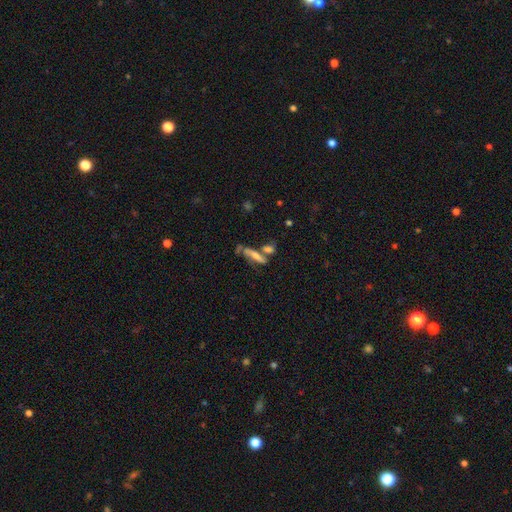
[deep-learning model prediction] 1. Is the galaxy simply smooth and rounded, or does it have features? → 49% smooth, 40% featured or disk, 11% star or artifact.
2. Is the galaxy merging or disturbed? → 43% none, 30% merger, 17% minor disturbance, 11% major disturbance.